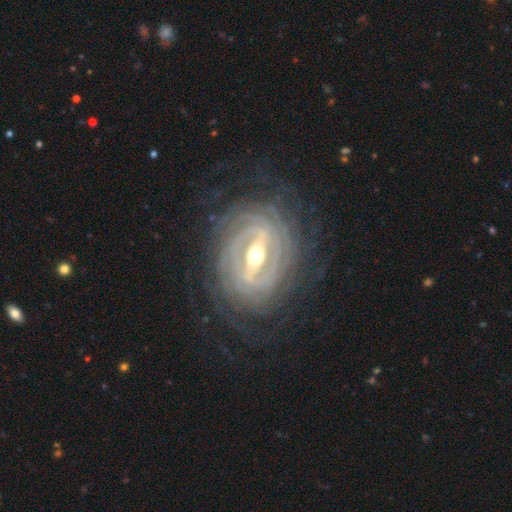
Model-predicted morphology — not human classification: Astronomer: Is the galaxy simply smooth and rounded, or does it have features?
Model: featured or disk — 92%.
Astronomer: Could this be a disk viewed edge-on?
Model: no — 91%.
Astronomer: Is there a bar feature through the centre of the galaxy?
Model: strong — 77%.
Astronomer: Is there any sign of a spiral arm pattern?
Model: yes — 95%.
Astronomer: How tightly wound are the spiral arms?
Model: tight — 83%.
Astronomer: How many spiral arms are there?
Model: can't tell — 29% (runner-up: 4, 18%).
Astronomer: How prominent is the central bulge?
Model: moderate — 71%.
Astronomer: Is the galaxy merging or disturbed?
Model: none — 80%.